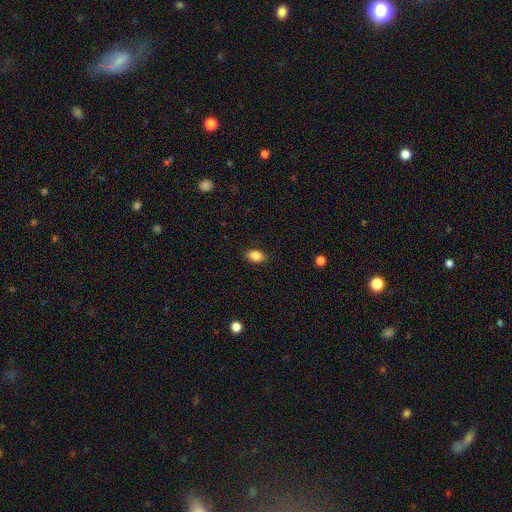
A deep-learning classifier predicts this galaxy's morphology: Smooth or featured? smooth (84%)
How rounded? in between (84%)
Merging? none (87%)